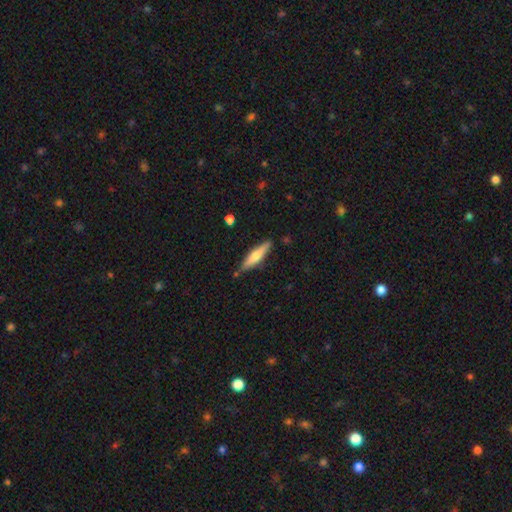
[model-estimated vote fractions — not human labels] smooth 60%, featured or disk 34%, star or artifact 6%. Down the decision tree: how rounded — cigar-shaped (80%); merging — none (82%).